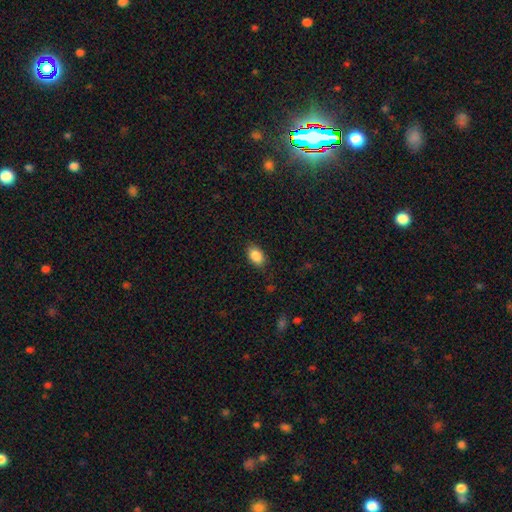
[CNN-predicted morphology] This appears to be a smooth galaxy with no disk features (88%) that is in between round and cigar-shaped (87%). Merging: none (84%).